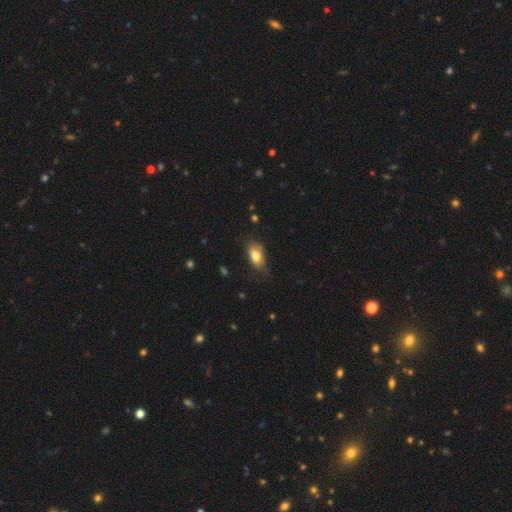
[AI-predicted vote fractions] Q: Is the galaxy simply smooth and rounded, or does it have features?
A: smooth — 76%.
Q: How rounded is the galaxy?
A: in between — 89%.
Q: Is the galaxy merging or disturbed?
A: none — 59%.